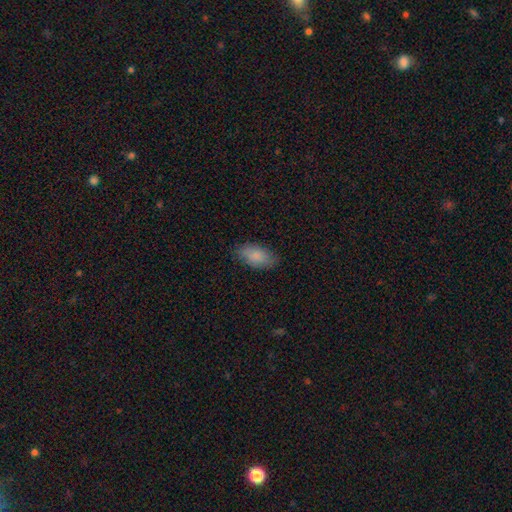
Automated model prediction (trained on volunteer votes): This appears to be a smooth galaxy with no disk features (84%) that is in between round and cigar-shaped (92%). Merging: none (81%).